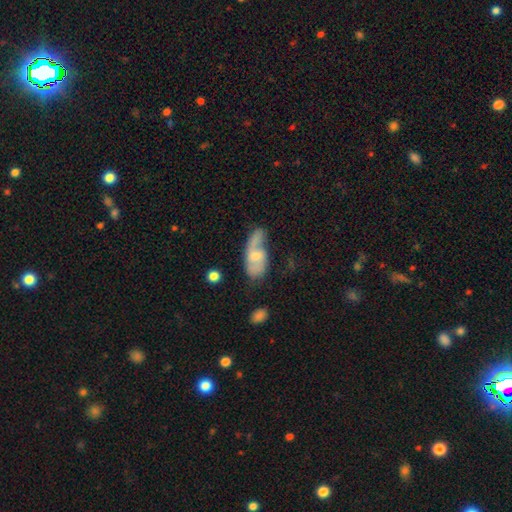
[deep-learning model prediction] A featured or disk galaxy (55%) with no bar (52%), spiral arms (75%) and a moderate central bulge (41%, tied with small).

Vote fractions:
- Smooth or featured? featured or disk: 55% / smooth: 38% / star or artifact: 7%
- Edge-on disk? no: 92% / yes: 8%
- Bar? no: 52% / weak: 39% / strong: 9%
- Spiral arms? yes: 75% / no: 25%
- Bulge size? moderate: 41% (tied) / small: 41% (tied) / none: 11% / large: 5% / dominant: 1%
- Merging? none: 37% / minor disturbance: 28% / major disturbance: 26% / merger: 9%